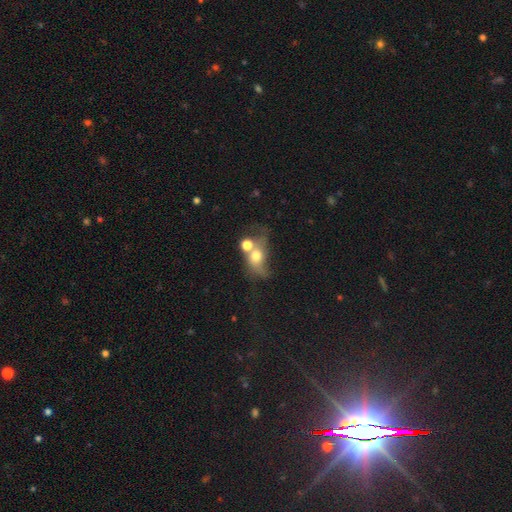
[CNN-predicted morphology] Smooth or featured?
  - smooth: 57% *
  - featured or disk: 29%
  - star or artifact: 14%
How rounded?
  - in between: 50% *
  - round: 47%
  - cigar-shaped: 3%
Merging?
  - merger: 50% *
  - none: 20%
  - major disturbance: 18%
  - minor disturbance: 12%